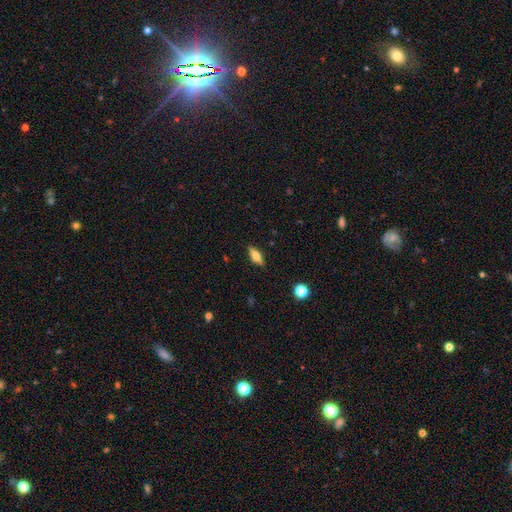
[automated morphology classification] Overall: smooth (47%; featured or disk 44%). Merging: none (87%).